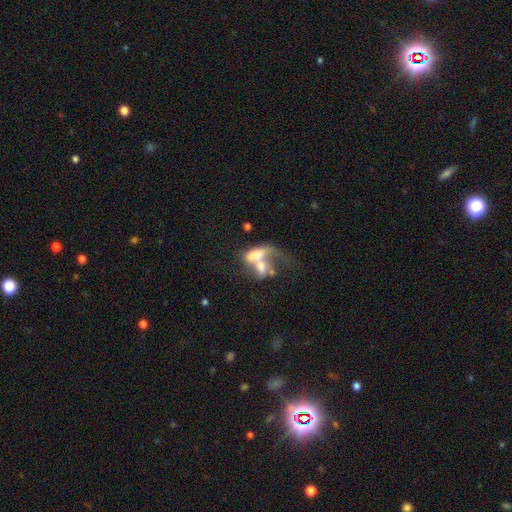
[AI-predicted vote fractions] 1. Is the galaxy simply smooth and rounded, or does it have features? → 48% smooth, 42% featured or disk, 10% star or artifact.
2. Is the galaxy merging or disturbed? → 65% merger, 20% major disturbance, 10% none, 6% minor disturbance.